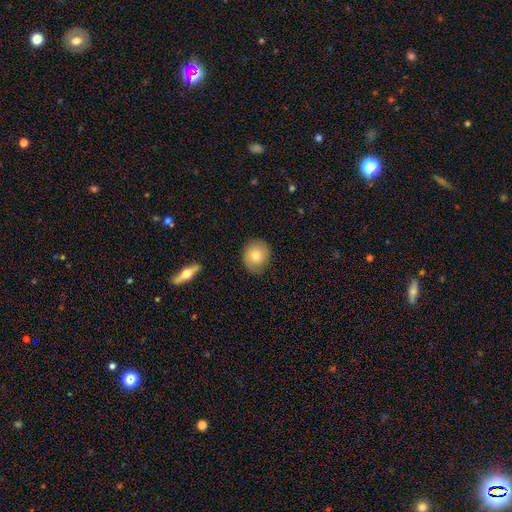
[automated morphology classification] smooth_or_featured: smooth (p=0.69) [alt: featured or disk p=0.23]
how_rounded: round (p=0.82) [alt: in between p=0.17]
merging: none (p=0.82) [alt: minor disturbance p=0.14]